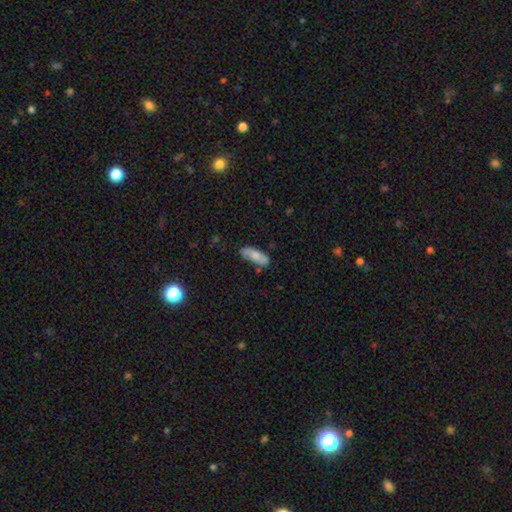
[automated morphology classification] A smooth galaxy with no disk features (66%) that is in between round and cigar-shaped (69%). Merging: none (75%).